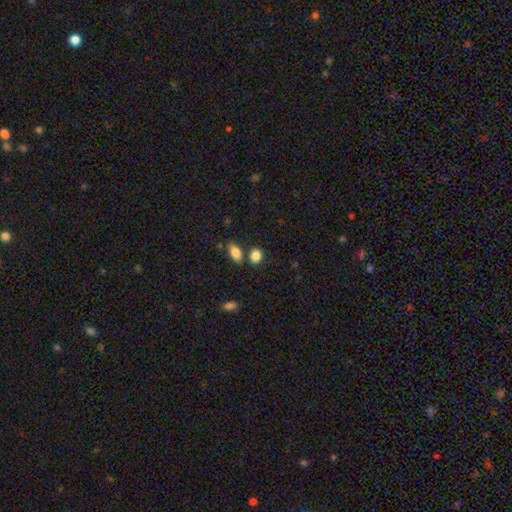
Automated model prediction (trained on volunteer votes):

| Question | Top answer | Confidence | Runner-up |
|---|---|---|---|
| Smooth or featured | smooth | 86% | star or artifact (9%) |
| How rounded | in between | 58% | round (40%) |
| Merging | none | 67% | merger (18%) |